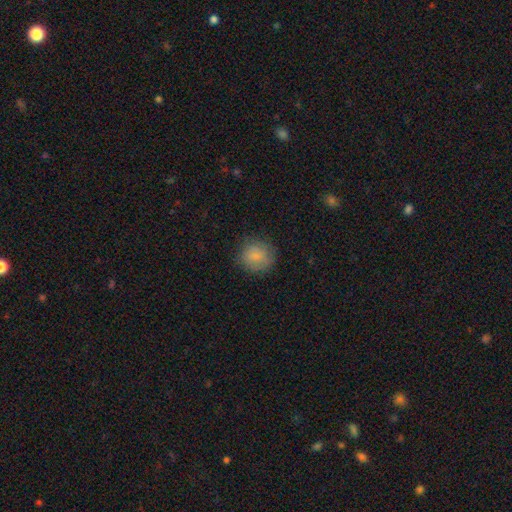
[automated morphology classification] Smooth or featured? smooth (83%)
How rounded? round (89%)
Merging? none (81%)